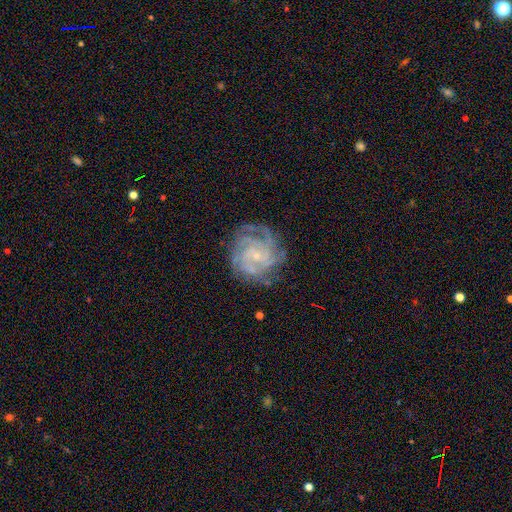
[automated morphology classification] The model was most divided on "spiral arm count": 4: 34%, 3: 21%, can't tell: 20%, more than 4: 10%, 2: 9%, 1: 6%. More confident: edge-on disk — no (98%); spiral arms — yes (97%); smooth or featured — featured or disk (87%); bulge size — small (80%); merging — none (73%); bar — no (70%); spiral winding — tight (67%).